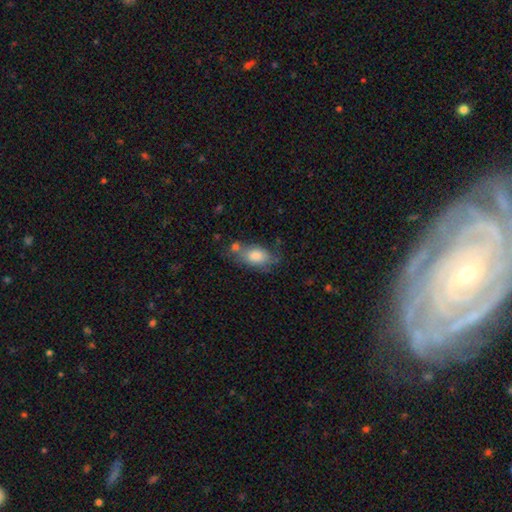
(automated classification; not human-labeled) Smooth or featured? Predicted: smooth (p=0.73). How rounded? Predicted: in between (p=0.86). Merging? Predicted: none (p=0.49).